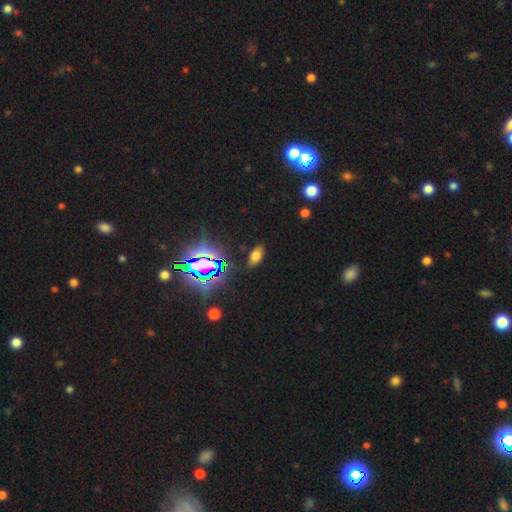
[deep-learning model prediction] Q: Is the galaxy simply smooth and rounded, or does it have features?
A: smooth — 61%.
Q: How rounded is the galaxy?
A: in between — 88%.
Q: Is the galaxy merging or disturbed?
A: none — 85%.